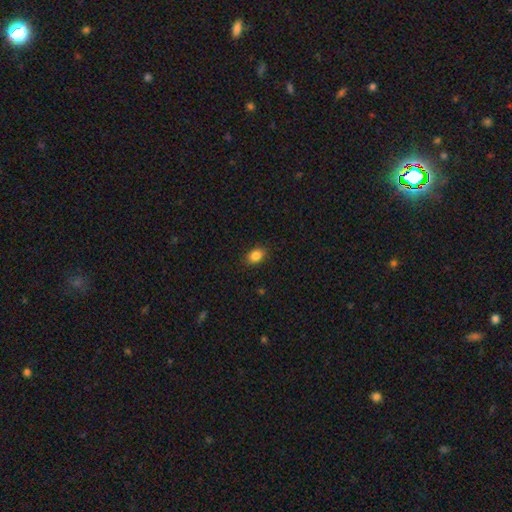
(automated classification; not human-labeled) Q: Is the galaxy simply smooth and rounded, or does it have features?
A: smooth — 86%.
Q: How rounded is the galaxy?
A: in between — 71%.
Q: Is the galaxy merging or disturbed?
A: none — 88%.